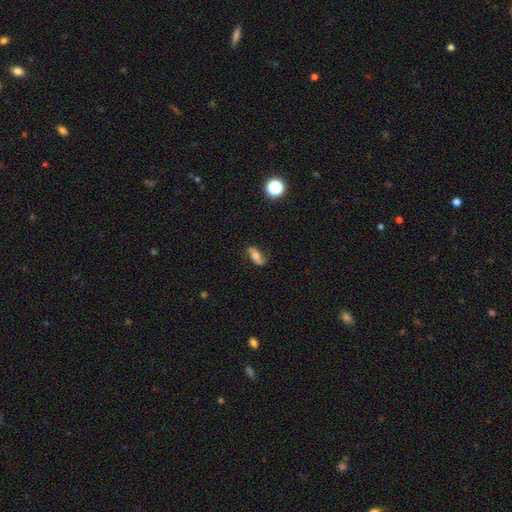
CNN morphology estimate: Smooth or featured? Predicted: featured or disk (p=0.57). Edge-on disk? Predicted: no (p=0.85). Merging? Predicted: none (p=0.78).